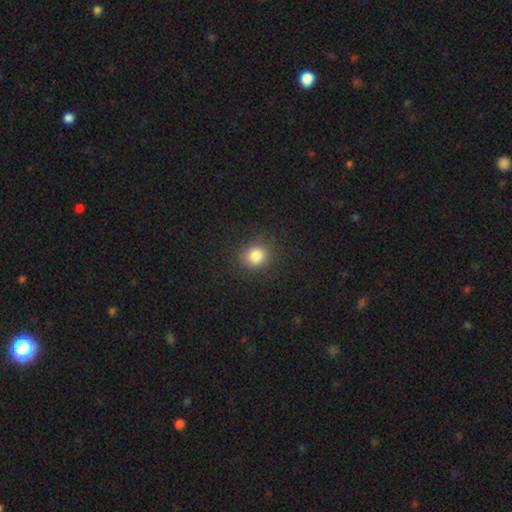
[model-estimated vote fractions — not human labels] A smooth galaxy with no disk features (83%) that is round (76%). Merging: none (86%).